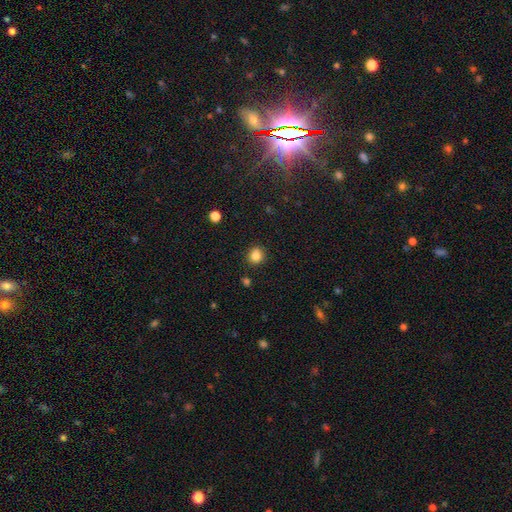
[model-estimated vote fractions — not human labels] Q: Smooth or featured?
A: smooth (84%); runner-up: star or artifact (11%)
Q: How rounded?
A: round (80%); runner-up: in between (19%)
Q: Merging?
A: none (88%); runner-up: minor disturbance (8%)